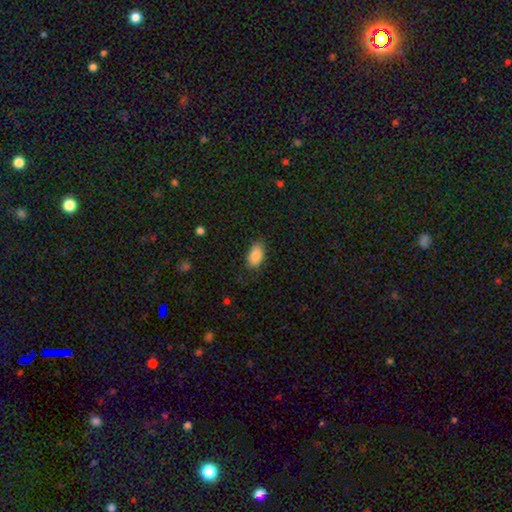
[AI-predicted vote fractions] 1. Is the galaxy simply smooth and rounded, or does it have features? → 87% smooth, 7% star or artifact, 6% featured or disk.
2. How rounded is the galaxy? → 93% in between, 5% round, 2% cigar-shaped.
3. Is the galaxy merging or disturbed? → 79% none, 16% minor disturbance, 4% major disturbance, 1% merger.